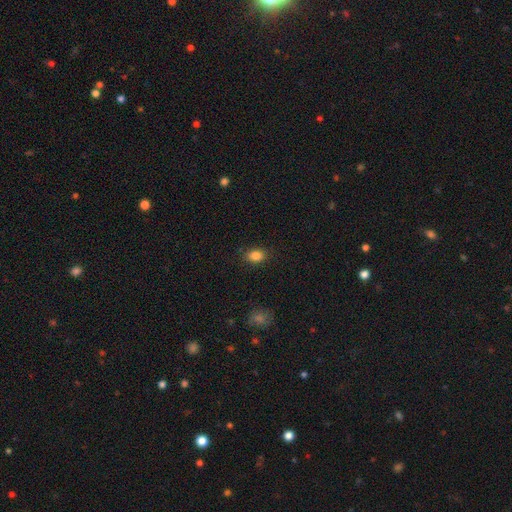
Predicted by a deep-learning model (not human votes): A smooth galaxy with no disk features (85%) that is in between round and cigar-shaped (78%).

Vote fractions:
- Smooth or featured? smooth: 85% / star or artifact: 10% / featured or disk: 5%
- How rounded? in between: 78% / round: 21% / cigar-shaped: 2%
- Merging? none: 87% / minor disturbance: 10% / major disturbance: 2% / merger: 1%